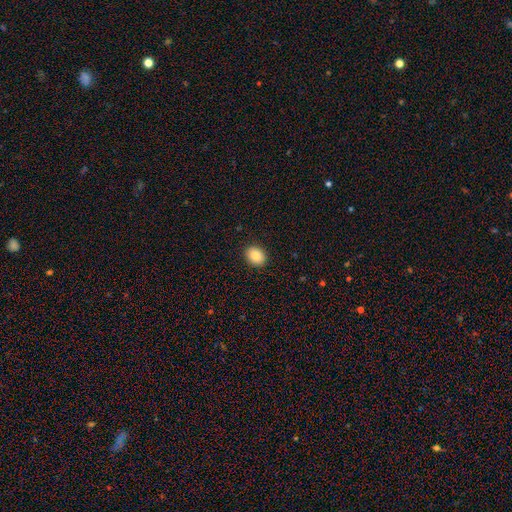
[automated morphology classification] This appears to be a smooth galaxy with no disk features (87%) that is in between round and cigar-shaped (58%). Merging: none (90%).